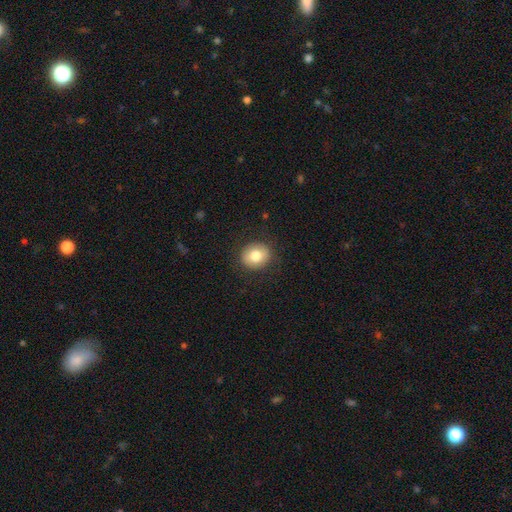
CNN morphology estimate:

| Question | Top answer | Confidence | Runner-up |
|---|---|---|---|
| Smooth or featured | smooth | 80% | featured or disk (12%) |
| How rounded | round | 68% | in between (31%) |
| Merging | none | 88% | minor disturbance (8%) |